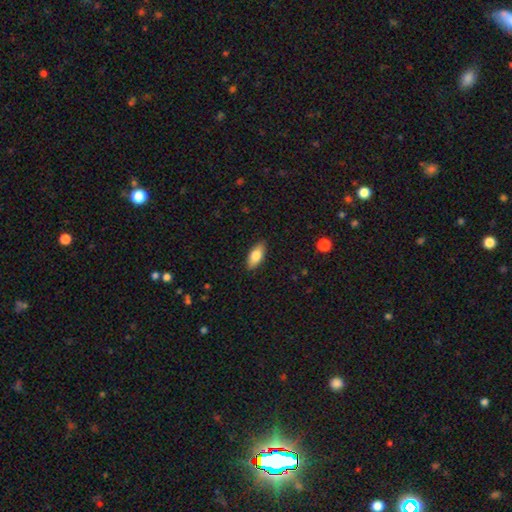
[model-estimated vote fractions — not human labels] This is likely a smooth galaxy (79%). How rounded: clearly in between (84%). Merging: clearly none (88%).